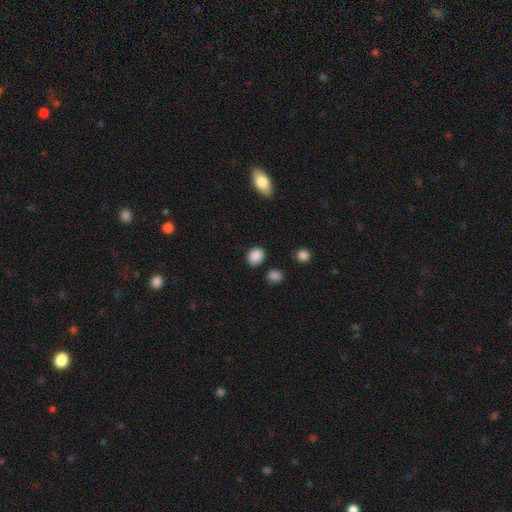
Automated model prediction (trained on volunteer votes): A smooth galaxy with no disk features (88%) that is round (57%).

Vote fractions:
- Smooth or featured? smooth: 88% / star or artifact: 9% / featured or disk: 3%
- How rounded? round: 57% / in between: 42% / cigar-shaped: 1%
- Merging? none: 84% / minor disturbance: 9% / merger: 3% / major disturbance: 3%